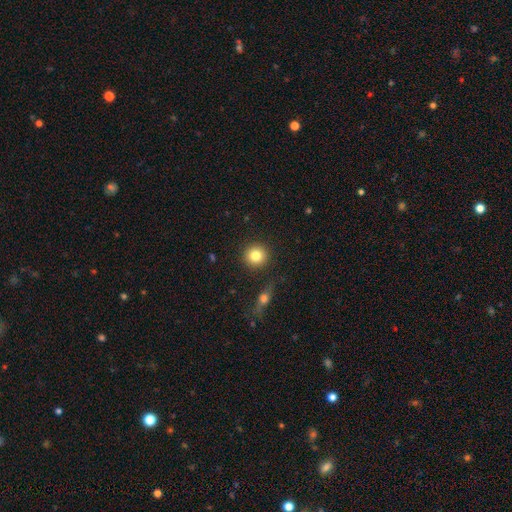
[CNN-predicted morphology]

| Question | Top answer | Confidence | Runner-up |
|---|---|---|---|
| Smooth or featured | smooth | 81% | star or artifact (10%) |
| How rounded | round | 93% | in between (6%) |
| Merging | none | 90% | minor disturbance (6%) |